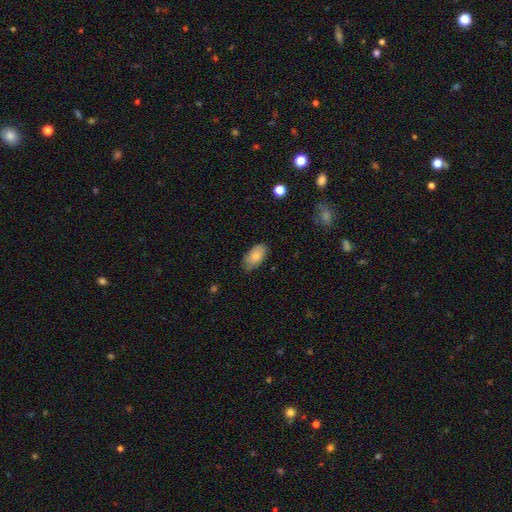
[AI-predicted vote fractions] A smooth galaxy with no disk features (83%) that is in between round and cigar-shaped (94%). Merging: none (79%).